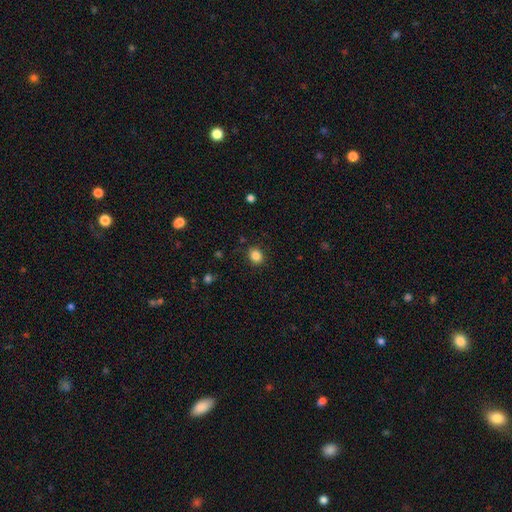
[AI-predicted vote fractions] This appears to be a smooth galaxy with no disk features (85%) that is round (62%). Merging: none (87%).